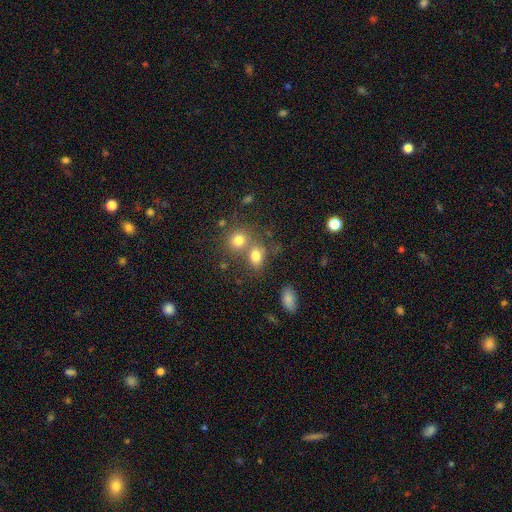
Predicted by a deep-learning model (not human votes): This appears to be a smooth galaxy with no disk features (77%) that is in between round and cigar-shaped (56%). Merging: none (44%).